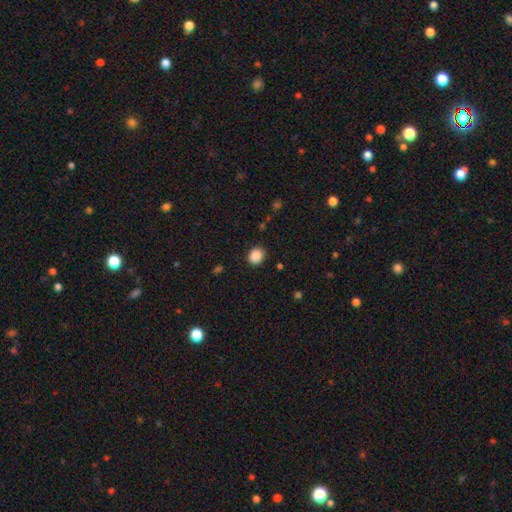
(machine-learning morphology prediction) type=smooth (88%); roundness=round (66%); merging=none (88%).